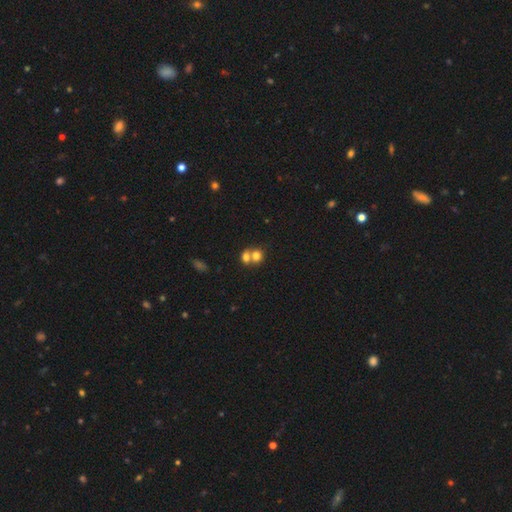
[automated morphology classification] Q: Smooth or featured?
A: smooth (75%); runner-up: featured or disk (14%)
Q: How rounded?
A: round (70%); runner-up: in between (29%)
Q: Merging?
A: merger (62%); runner-up: none (30%)